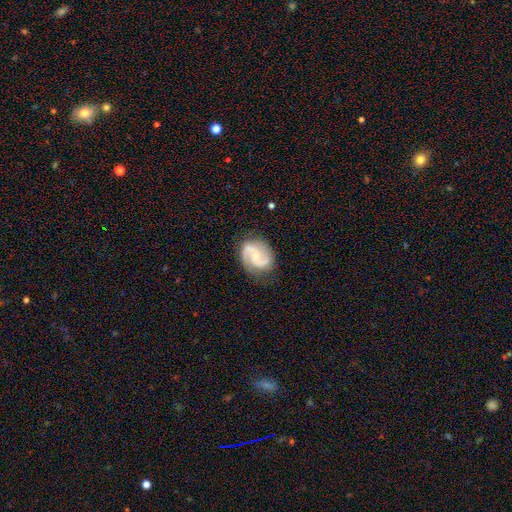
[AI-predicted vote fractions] smooth_or_featured: featured or disk (p=0.86) [alt: smooth p=0.09]
disk_edge_on: no (p=0.98) [alt: yes p=0.02]
bar: no (p=0.51) [alt: weak p=0.40]
has_spiral_arms: yes (p=0.97) [alt: no p=0.03]
spiral_winding: medium (p=0.54) [alt: loose p=0.25]
spiral_arm_count: 2 (p=0.92) [alt: can't tell p=0.03]
bulge_size: small (p=0.61) [alt: moderate p=0.29]
merging: none (p=0.80) [alt: minor disturbance p=0.14]